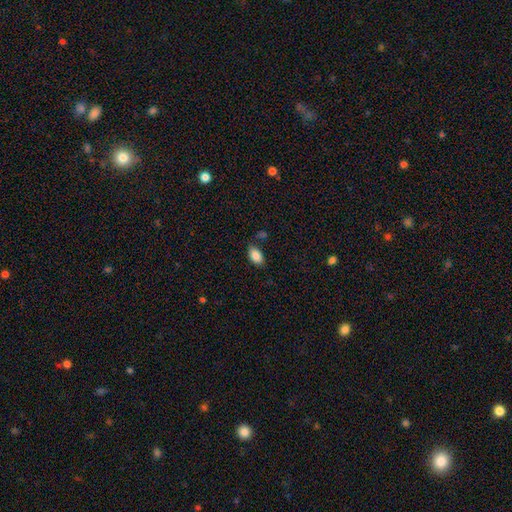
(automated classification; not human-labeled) This appears to be a smooth galaxy with no disk features (86%) that is in between round and cigar-shaped (92%). Merging: none (76%).